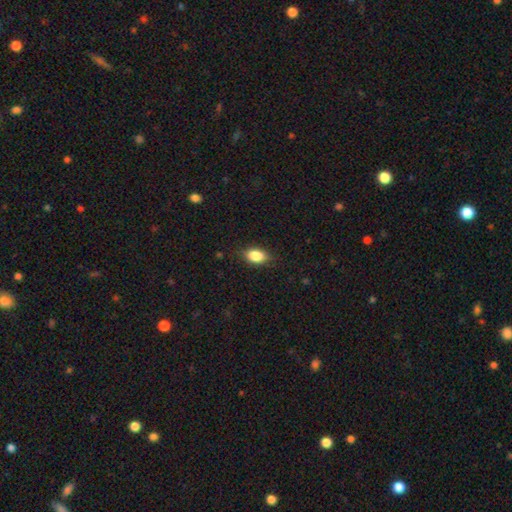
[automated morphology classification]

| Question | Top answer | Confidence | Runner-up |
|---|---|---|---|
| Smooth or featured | smooth | 86% | star or artifact (8%) |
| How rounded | in between | 85% | round (13%) |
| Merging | none | 83% | minor disturbance (13%) |